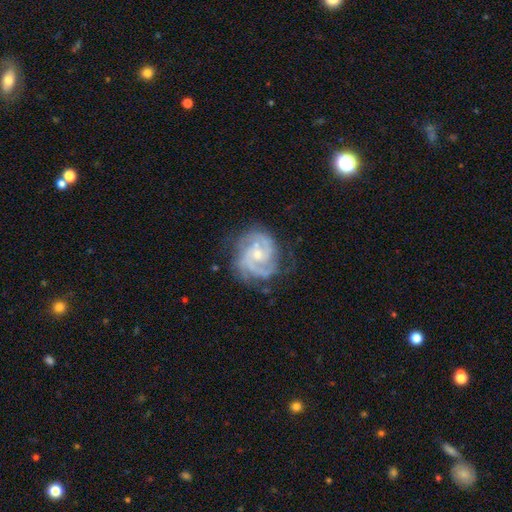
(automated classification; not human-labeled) A featured or disk galaxy (89%) with no bar (64%), 3 (35%, tied with 2) tight (56%) spiral arms (98%) and a small central bulge (60%). Merging: none (72%).